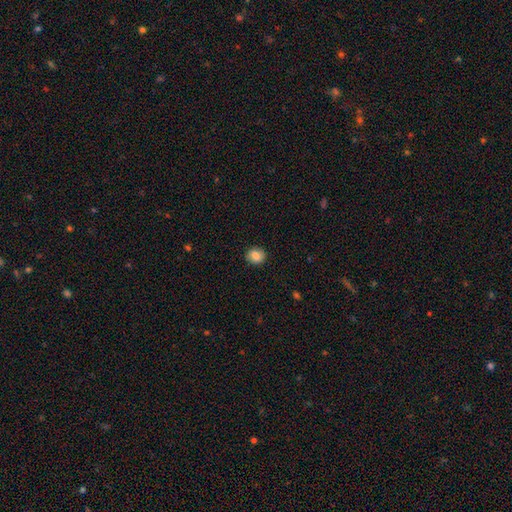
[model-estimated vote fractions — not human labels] This is clearly a smooth galaxy (83%). How rounded: likely round (74%). Merging: clearly none (89%).